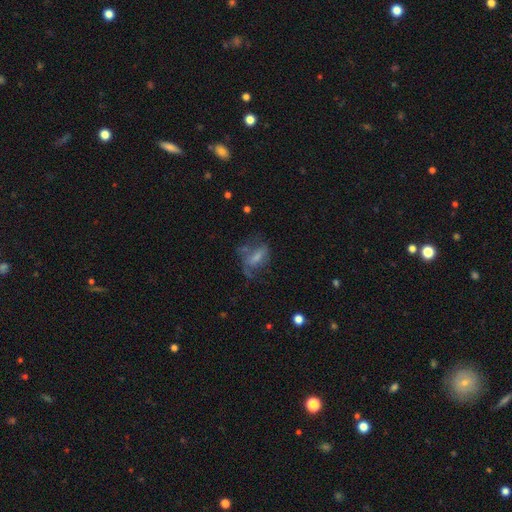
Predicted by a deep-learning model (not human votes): Smooth or featured? featured or disk (48%)
Merging? none (39%)